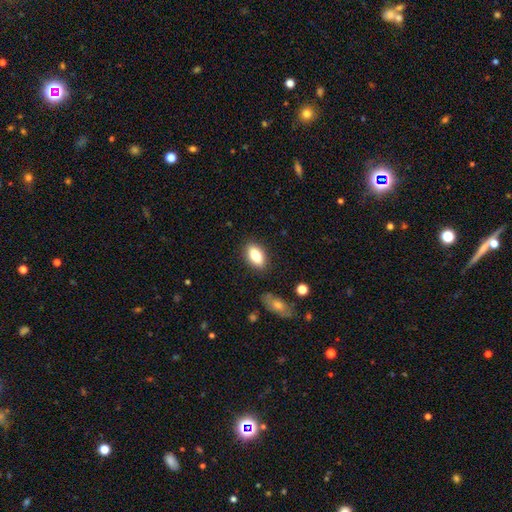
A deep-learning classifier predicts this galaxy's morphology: Q: Smooth or featured?
A: smooth (79%); runner-up: featured or disk (13%)
Q: How rounded?
A: in between (88%); runner-up: round (7%)
Q: Merging?
A: none (86%); runner-up: minor disturbance (10%)